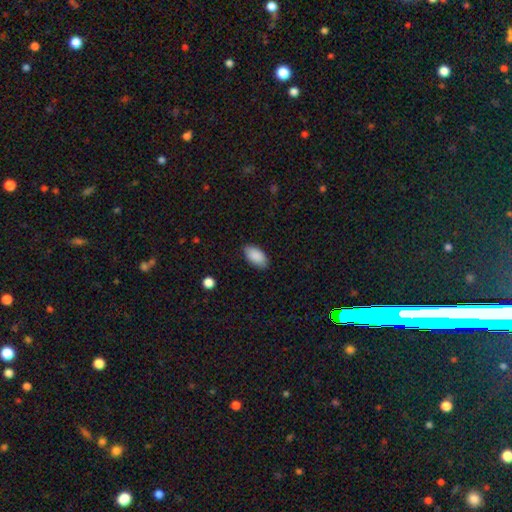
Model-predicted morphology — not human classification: A smooth galaxy with no disk features (90%) that is in between round and cigar-shaped (95%).

Vote fractions:
- Smooth or featured? smooth: 90% / star or artifact: 6% / featured or disk: 4%
- How rounded? in between: 95% / round: 3% / cigar-shaped: 3%
- Merging? none: 85% / minor disturbance: 11% / major disturbance: 2% / merger: 1%